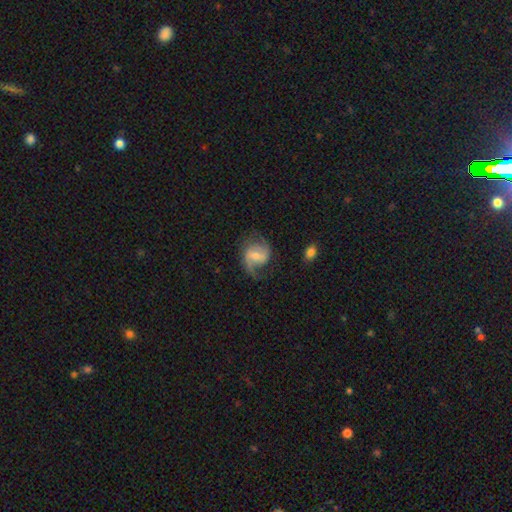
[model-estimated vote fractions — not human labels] smooth_or_featured: featured or disk (p=0.77) [alt: smooth p=0.17]
disk_edge_on: no (p=0.97) [alt: yes p=0.03]
bar: weak (p=0.52) [alt: no p=0.28]
has_spiral_arms: yes (p=0.94) [alt: no p=0.06]
spiral_winding: medium (p=0.45) [alt: loose p=0.39]
spiral_arm_count: 2 (p=0.72) [alt: 1 p=0.18]
bulge_size: moderate (p=0.48) [alt: small p=0.43]
merging: none (p=0.61) [alt: minor disturbance p=0.20]